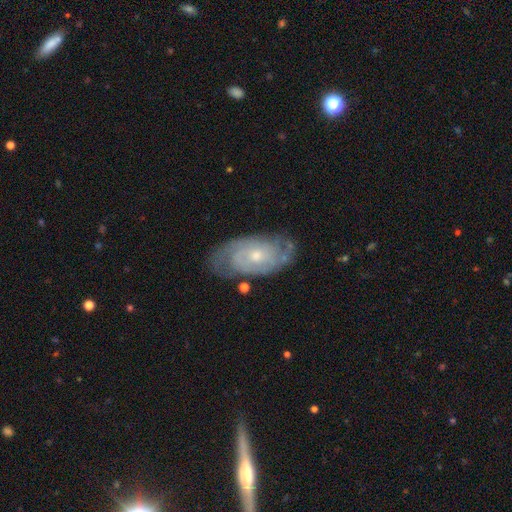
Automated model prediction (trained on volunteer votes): The model was most divided on "bulge size": moderate: 49%, small: 47%, large: 2%, none: 1%, dominant: 1%. More confident: edge-on disk — no (95%); spiral arms — yes (92%); smooth or featured — featured or disk (82%); bar — no (74%); merging — none (72%); spiral winding — tight (64%); spiral arm count — 2 (52%).